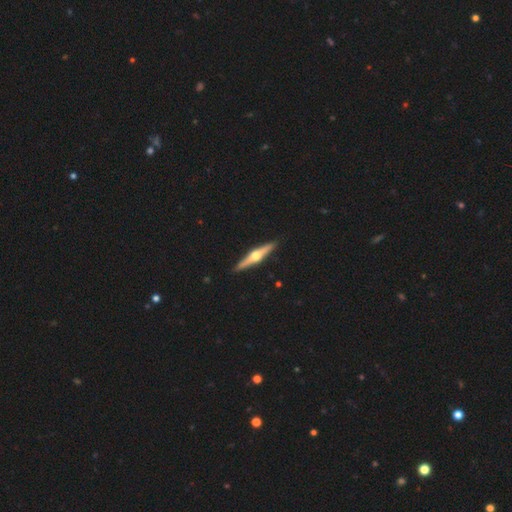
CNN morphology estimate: This appears to be a featured or disk galaxy (74%) viewed edge-on (97%) with a rounded central bulge (96%). Merging: none (92%).